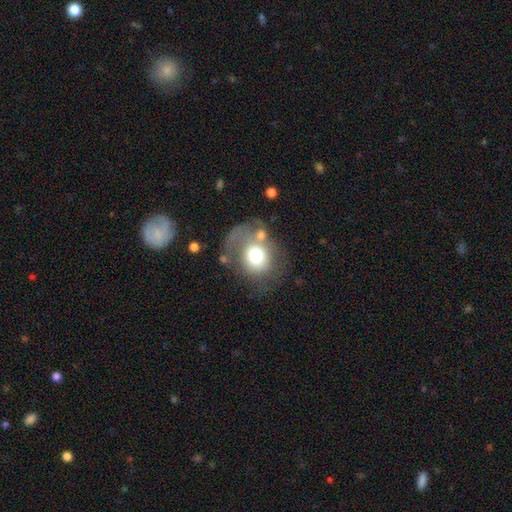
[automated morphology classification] A smooth galaxy with no disk features (65%) that is round (70%). Merging: none (40%).